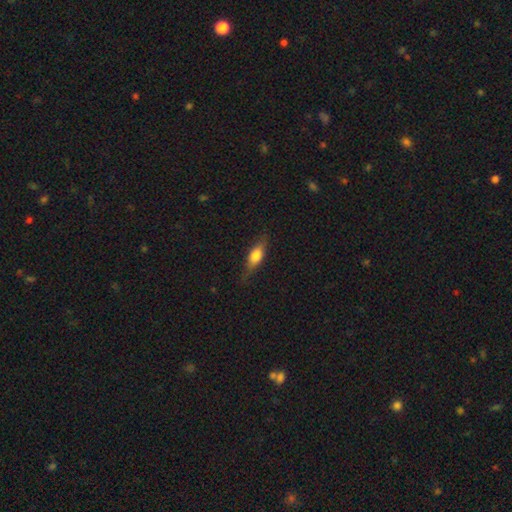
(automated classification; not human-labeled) The model was most divided on "smooth or featured": smooth: 60%, featured or disk: 33%, star or artifact: 7%. More confident: merging — none (77%); how rounded — in between (63%).